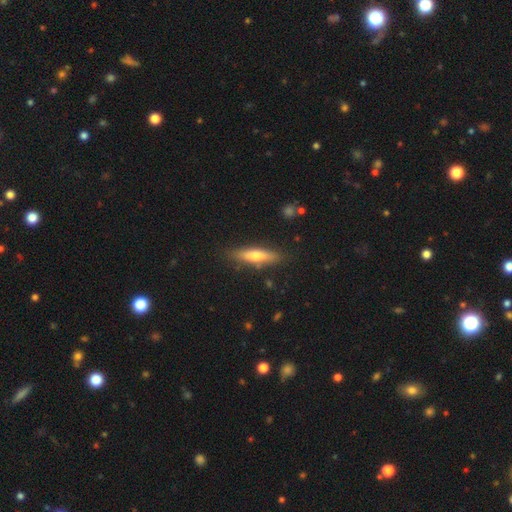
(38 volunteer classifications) Overall: smooth (50%, tied with featured or disk). How rounded: cigar-shaped (68%; in between 32%). Merging: none (92%).